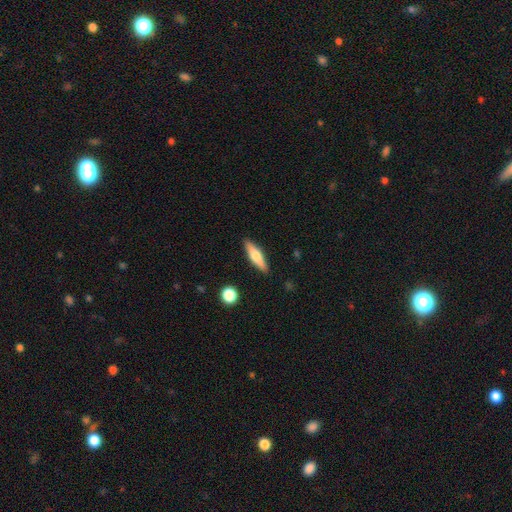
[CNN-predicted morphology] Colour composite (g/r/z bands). It shows a smooth galaxy with no disk features (51%) that is cigar-shaped (70%). Merging: none (89%).